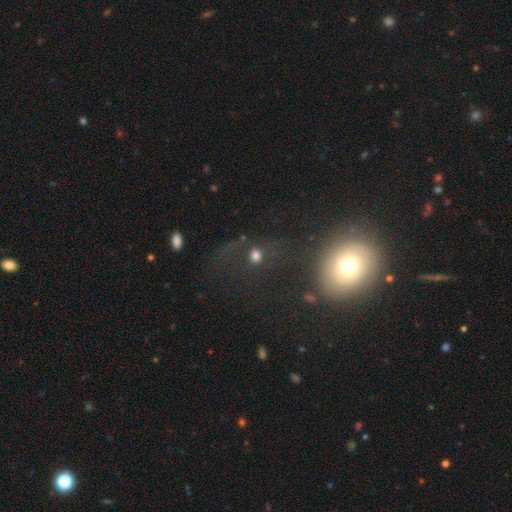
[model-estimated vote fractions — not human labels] Smooth or featured? Predicted: smooth (p=0.56). How rounded? Predicted: round (p=0.70). Merging? Predicted: none (p=0.53).